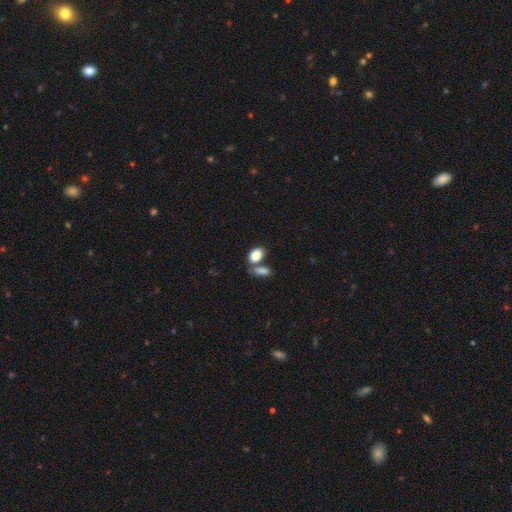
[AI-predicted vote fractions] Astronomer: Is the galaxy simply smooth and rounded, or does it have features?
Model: smooth — 85%.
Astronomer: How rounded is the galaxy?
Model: in between — 85%.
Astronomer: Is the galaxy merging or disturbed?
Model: none — 44% (runner-up: merger, 40%).